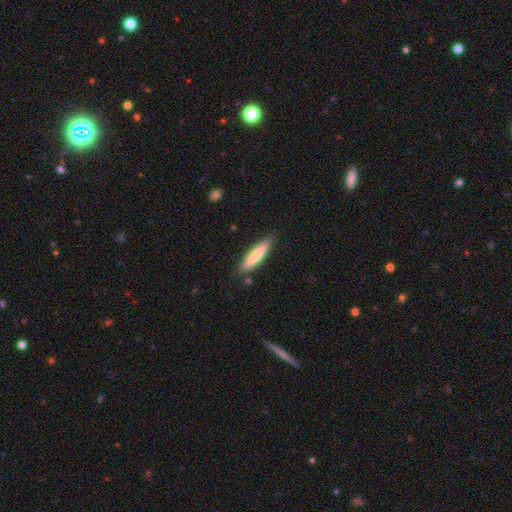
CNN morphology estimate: A smooth galaxy with no disk features (75%) that is cigar-shaped (81%).

Vote fractions:
- Smooth or featured? smooth: 75% / featured or disk: 20% / star or artifact: 5%
- How rounded? cigar-shaped: 81% / in between: 17% / round: 1%
- Merging? none: 85% / minor disturbance: 11% / merger: 2% / major disturbance: 2%